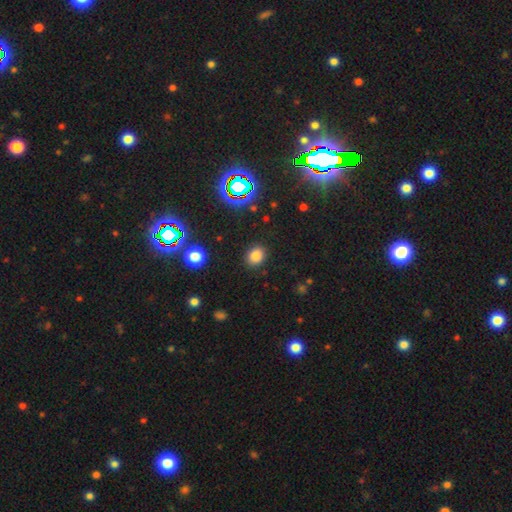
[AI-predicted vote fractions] Smooth or featured? smooth (79%)
How rounded? round (59%)
Merging? none (88%)